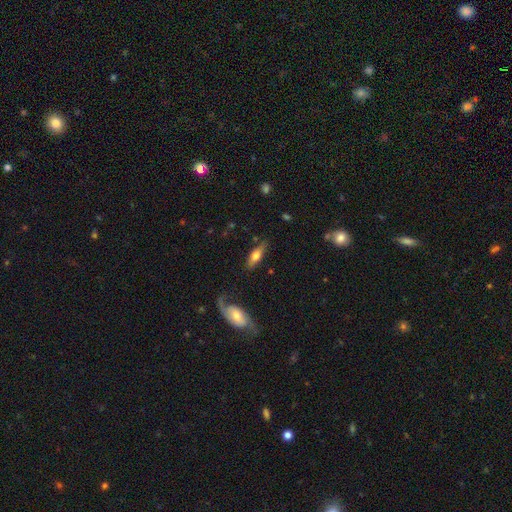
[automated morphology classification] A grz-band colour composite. It shows a smooth galaxy with no disk features (55%) that is in between round and cigar-shaped (62%). Merging: none (71%).